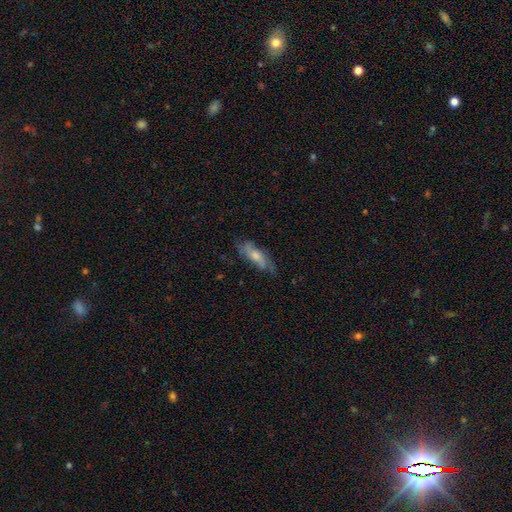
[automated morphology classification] Overall: smooth (58%; featured or disk 35%). How rounded: in between (51%; cigar-shaped 47%). Merging: none (65%; minor disturbance 25%).